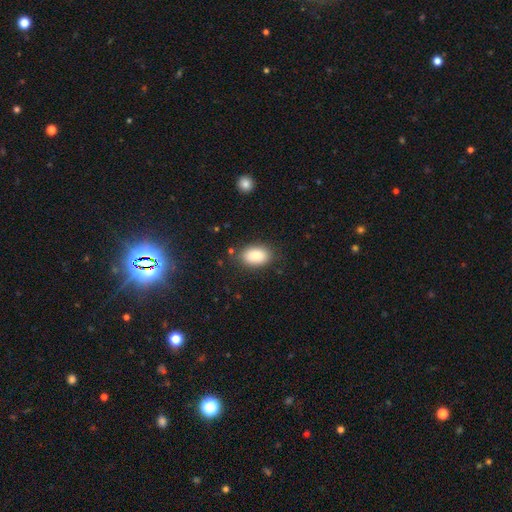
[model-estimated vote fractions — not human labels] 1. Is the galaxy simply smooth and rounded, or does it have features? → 83% smooth, 9% featured or disk, 8% star or artifact.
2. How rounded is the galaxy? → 88% in between, 10% round, 1% cigar-shaped.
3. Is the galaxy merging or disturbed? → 83% none, 12% minor disturbance, 3% major disturbance, 2% merger.